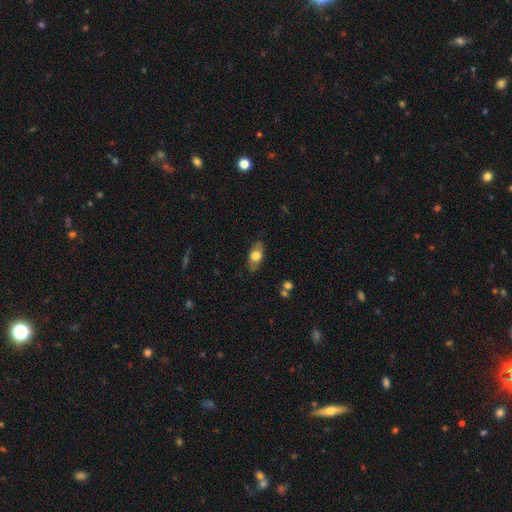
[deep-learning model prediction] Smooth or featured? smooth (66%)
How rounded? in between (86%)
Merging? none (82%)